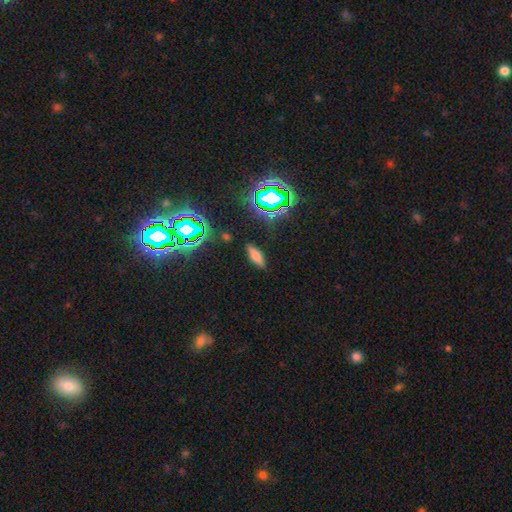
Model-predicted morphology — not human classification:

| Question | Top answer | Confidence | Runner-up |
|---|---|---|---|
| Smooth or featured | smooth | 63% | star or artifact (22%) |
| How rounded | in between | 57% | cigar-shaped (39%) |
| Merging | none | 85% | minor disturbance (10%) |